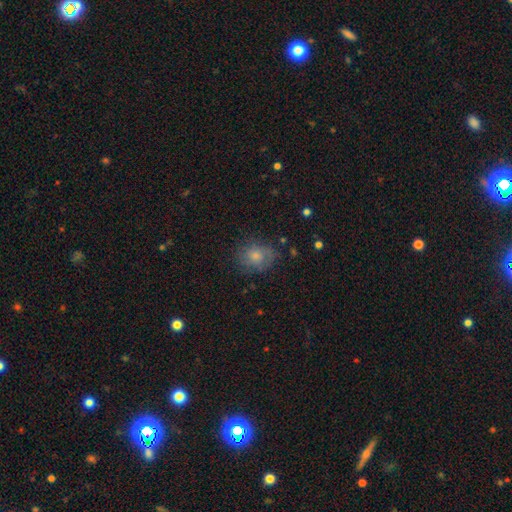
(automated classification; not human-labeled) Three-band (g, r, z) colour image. It shows a smooth galaxy with no disk features (61%) that is round (59%). Merging: none (75%).